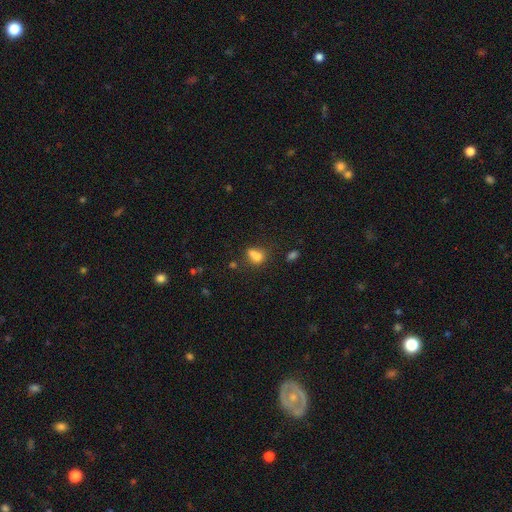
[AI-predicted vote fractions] This appears to be a smooth galaxy with no disk features (74%) that is in between round and cigar-shaped (63%). Merging: merger (38%).